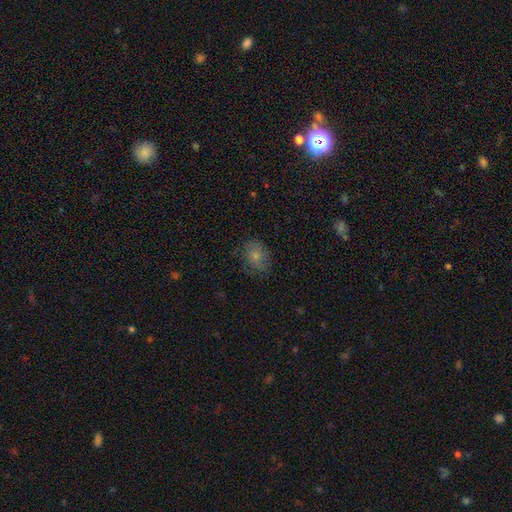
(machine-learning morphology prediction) This is likely a smooth galaxy (76%). How rounded: possibly in between (56%). Merging: likely none (74%).